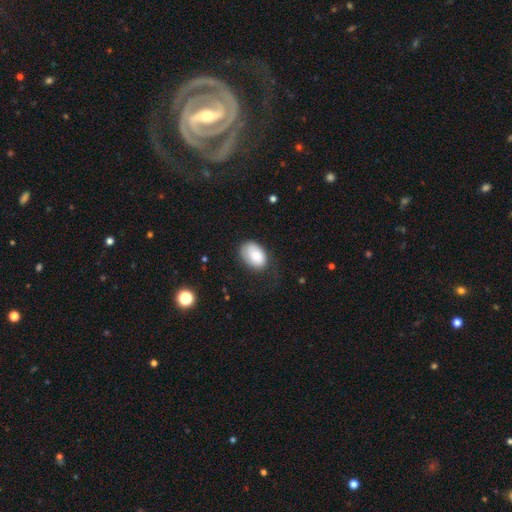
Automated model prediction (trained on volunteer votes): Smooth or featured? Predicted: smooth (p=0.79). How rounded? Predicted: in between (p=0.87). Merging? Predicted: none (p=0.56).